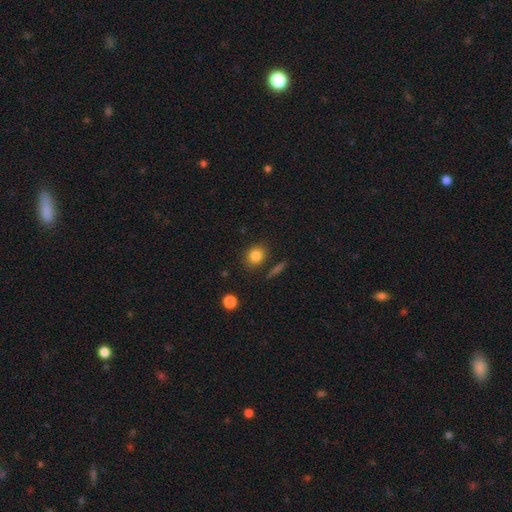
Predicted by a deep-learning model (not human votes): Smooth or featured? smooth (83%)
How rounded? round (64%)
Merging? none (82%)